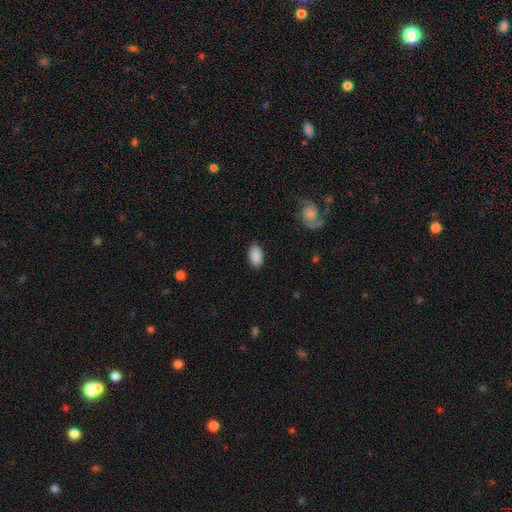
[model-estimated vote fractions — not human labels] Overall: smooth (88%). How rounded: in between (94%). Merging: none (86%).